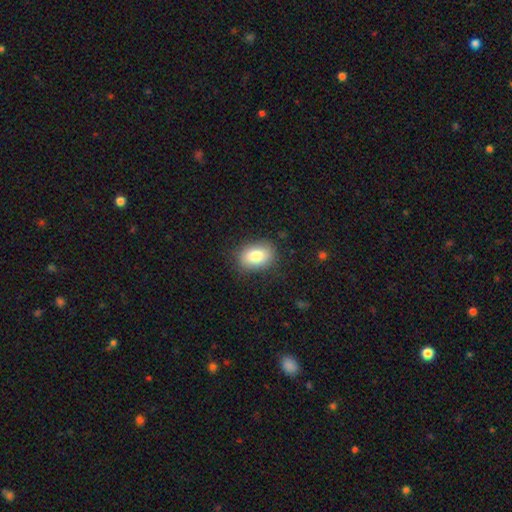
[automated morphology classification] A smooth galaxy with no disk features (82%) that is in between round and cigar-shaped (80%).

Vote fractions:
- Smooth or featured? smooth: 82% / featured or disk: 10% / star or artifact: 8%
- How rounded? in between: 80% / round: 19% / cigar-shaped: 1%
- Merging? none: 83% / minor disturbance: 13% / major disturbance: 3% / merger: 1%